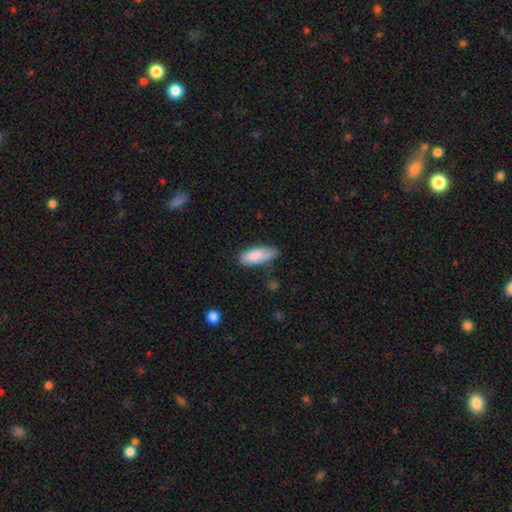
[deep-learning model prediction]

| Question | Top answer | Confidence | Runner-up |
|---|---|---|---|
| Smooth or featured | smooth | 86% | featured or disk (8%) |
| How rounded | in between | 73% | cigar-shaped (25%) |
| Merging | none | 61% | minor disturbance (30%) |